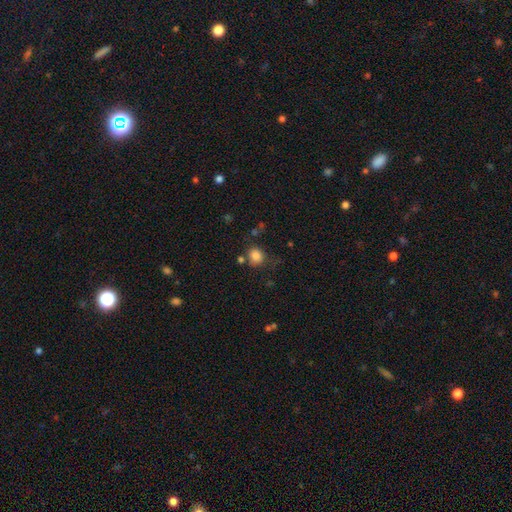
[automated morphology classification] A smooth galaxy with no disk features (82%) that is round (74%). Merging: none (68%).